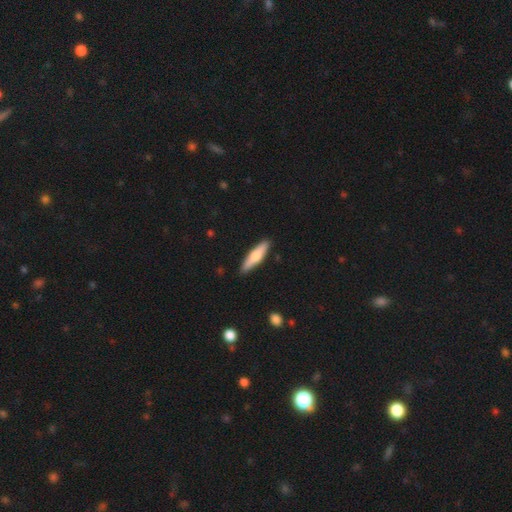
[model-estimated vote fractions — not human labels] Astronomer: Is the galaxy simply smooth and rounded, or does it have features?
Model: smooth — 66%.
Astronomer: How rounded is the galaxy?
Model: cigar-shaped — 76%.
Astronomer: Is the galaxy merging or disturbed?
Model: none — 88%.